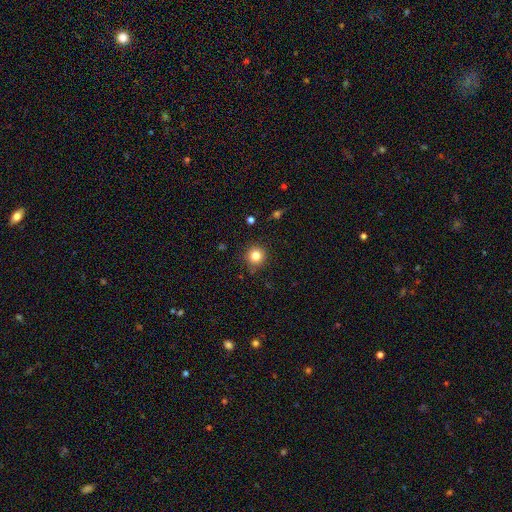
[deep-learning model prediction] smooth-or-featured: smooth: 83% | star or artifact: 12% | featured or disk: 6%
  how-rounded: round: 94% | in between: 5% | cigar-shaped: 1%
  merging: none: 88% | minor disturbance: 8% | major disturbance: 2% | merger: 1%